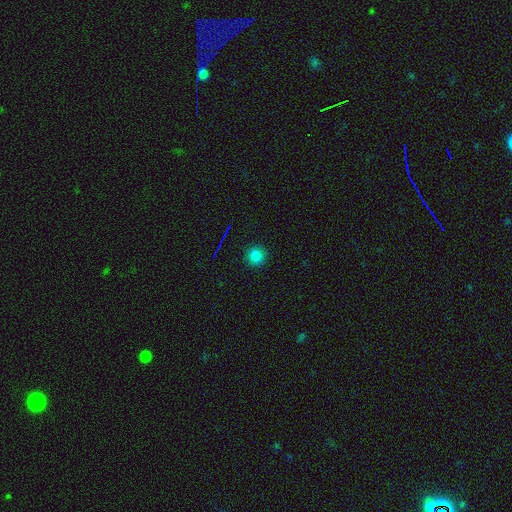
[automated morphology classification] smooth-or-featured: smooth: 81% | star or artifact: 14% | featured or disk: 5%
  how-rounded: round: 95% | in between: 4% | cigar-shaped: 1%
  merging: none: 92% | minor disturbance: 5% | major disturbance: 2% | merger: 1%